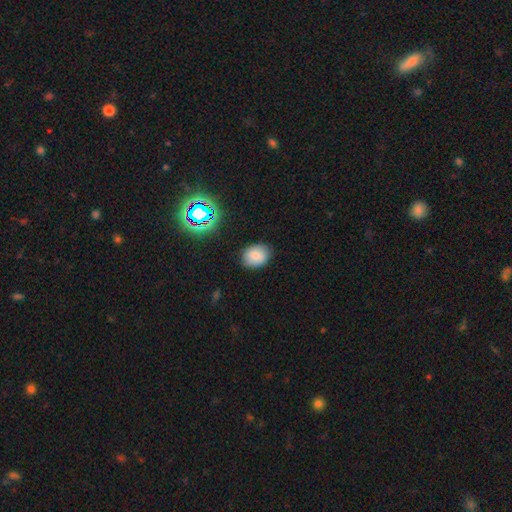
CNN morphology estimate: This is clearly a smooth galaxy (81%). How rounded: possibly in between (55%). Merging: clearly none (84%).